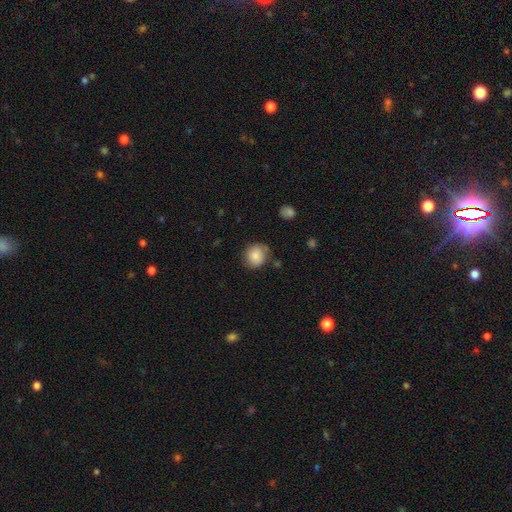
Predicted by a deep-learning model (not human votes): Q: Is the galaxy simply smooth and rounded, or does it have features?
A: smooth — 84%.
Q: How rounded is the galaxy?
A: round — 79%.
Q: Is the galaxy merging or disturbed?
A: none — 73%.